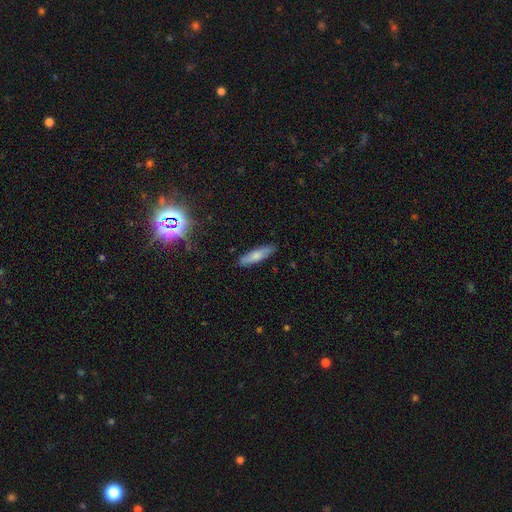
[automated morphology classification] This appears to be a smooth galaxy with no disk features (72%) that is cigar-shaped (72%). Merging: none (87%).